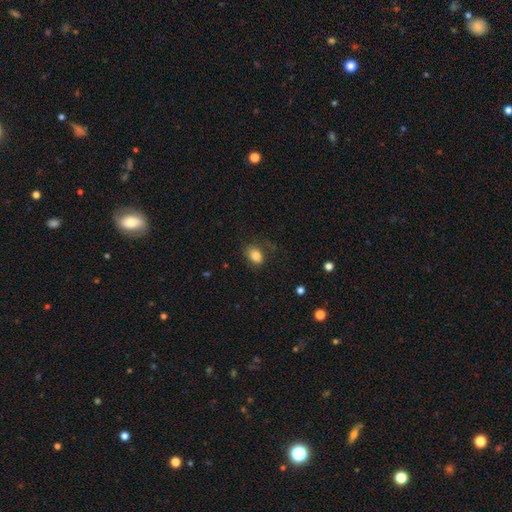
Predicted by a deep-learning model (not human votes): Morphology: type=smooth (84%); roundness=in between (72%); merging=none (68%).